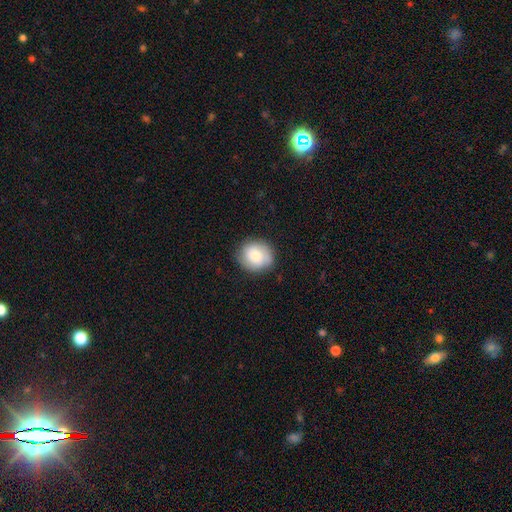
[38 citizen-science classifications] This is clearly a smooth galaxy (82%). How rounded: clearly round (97%). Merging: likely none (75%).